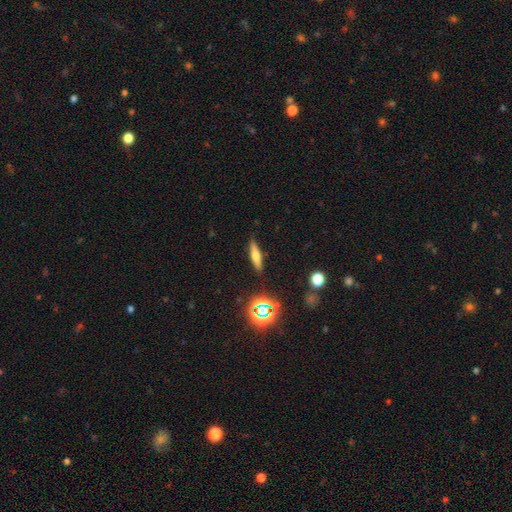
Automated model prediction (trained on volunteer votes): Overall: smooth (45%; featured or disk 41%). Merging: none (88%).